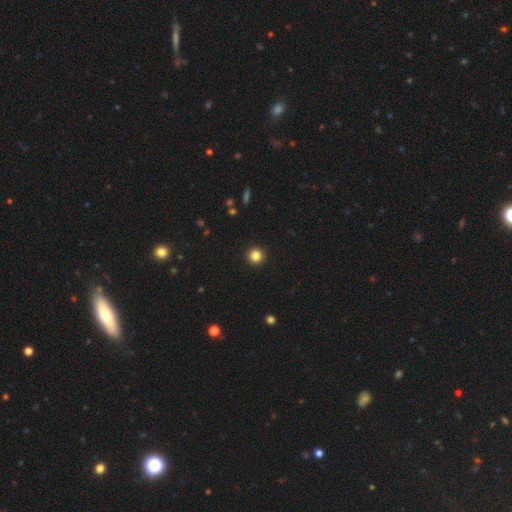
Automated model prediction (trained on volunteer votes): smooth-or-featured: smooth: 83% | star or artifact: 13% | featured or disk: 5%
  how-rounded: round: 96% | in between: 3% | cigar-shaped: 1%
  merging: none: 94% | minor disturbance: 4% | major disturbance: 1% | merger: 1%